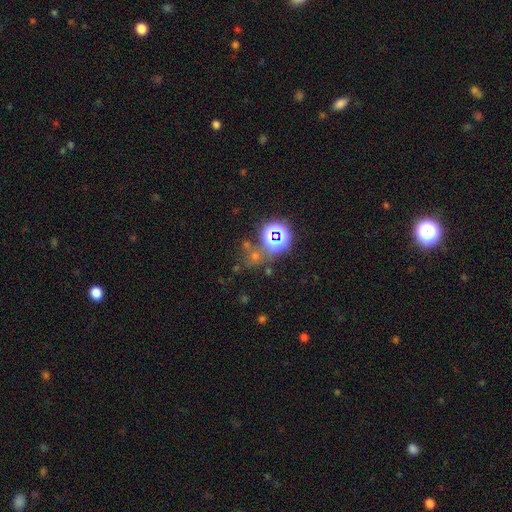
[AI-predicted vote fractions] Morphology: type=star or artifact (68%).